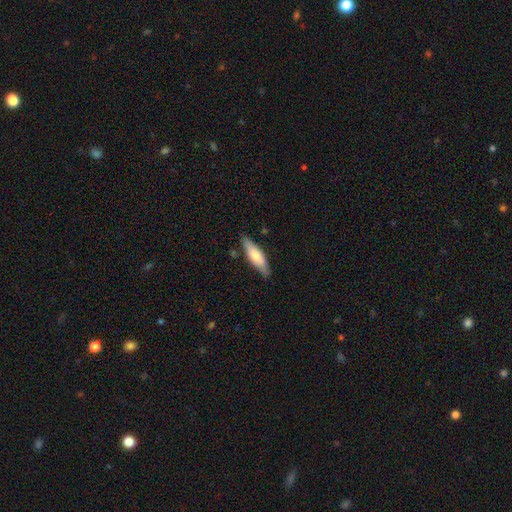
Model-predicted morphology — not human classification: Smooth or featured: smooth — 69% (featured or disk — 26%)
How rounded: cigar-shaped — 59% (in between — 39%)
Merging: none — 82% (minor disturbance — 13%)